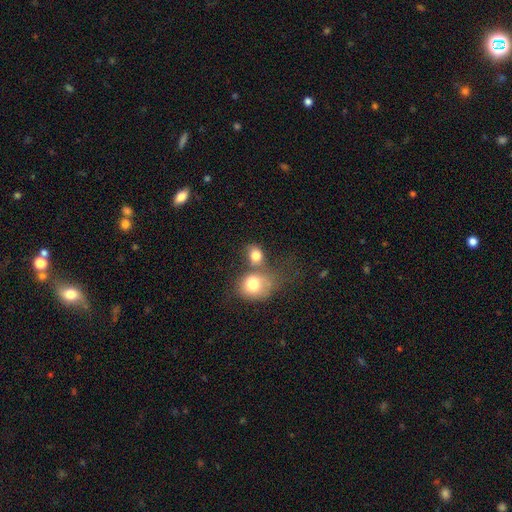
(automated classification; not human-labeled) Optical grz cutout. It shows a smooth galaxy with no disk features (78%) that is round (55%). Merging: merger (44%).